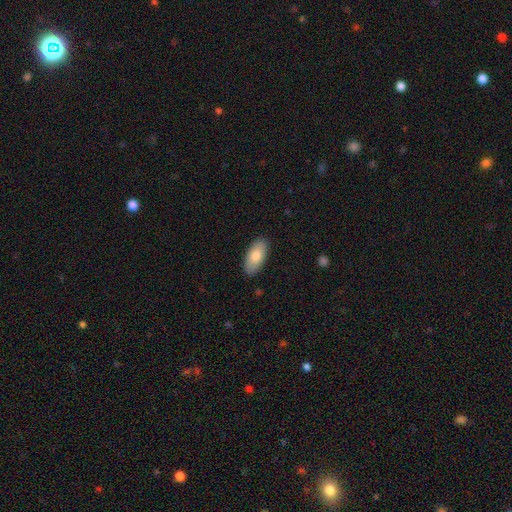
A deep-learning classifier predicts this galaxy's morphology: Smooth or featured: smooth — 81% (featured or disk — 13%)
How rounded: in between — 92% (cigar-shaped — 6%)
Merging: none — 88% (minor disturbance — 9%)